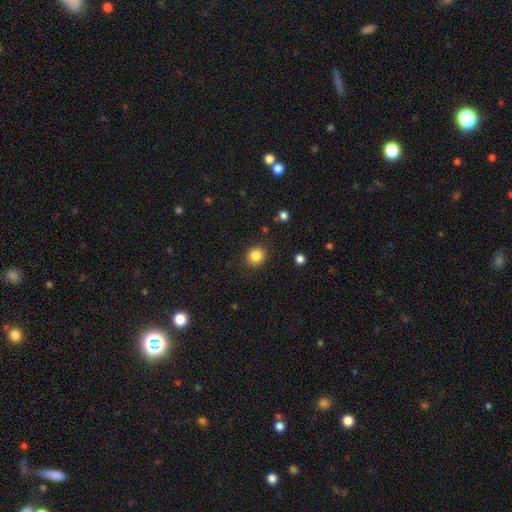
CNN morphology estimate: Overall: smooth (85%). How rounded: round (85%). Merging: none (88%).